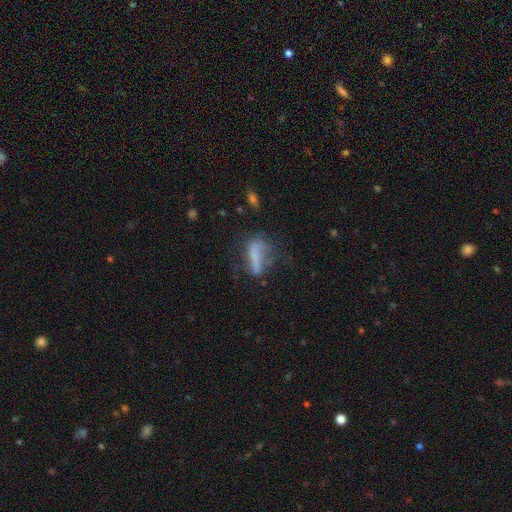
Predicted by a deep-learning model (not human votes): A smooth galaxy with no disk features (55%) that is cigar-shaped (52%).

Vote fractions:
- Smooth or featured? smooth: 55% / featured or disk: 33% / star or artifact: 12%
- How rounded? cigar-shaped: 52% / in between: 43% / round: 5%
- Merging? none: 35% / major disturbance: 33% / minor disturbance: 26% / merger: 6%